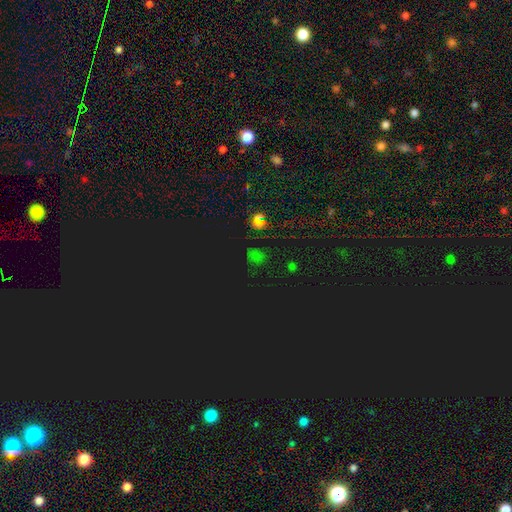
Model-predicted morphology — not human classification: Smooth or featured? Predicted: star or artifact (p=0.72).